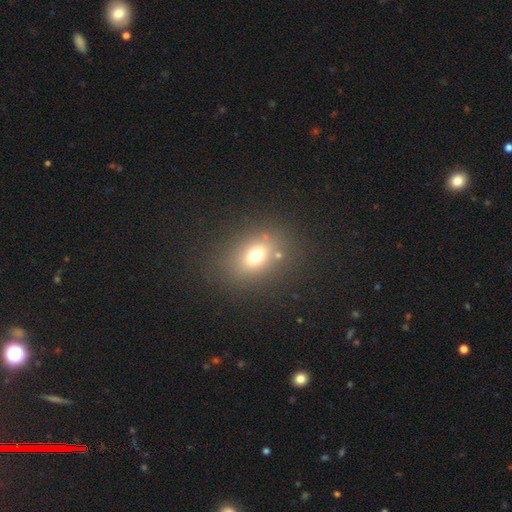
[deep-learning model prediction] Q: Smooth or featured?
A: smooth (68%); runner-up: star or artifact (19%)
Q: How rounded?
A: in between (56%); runner-up: round (43%)
Q: Merging?
A: none (79%); runner-up: minor disturbance (10%)